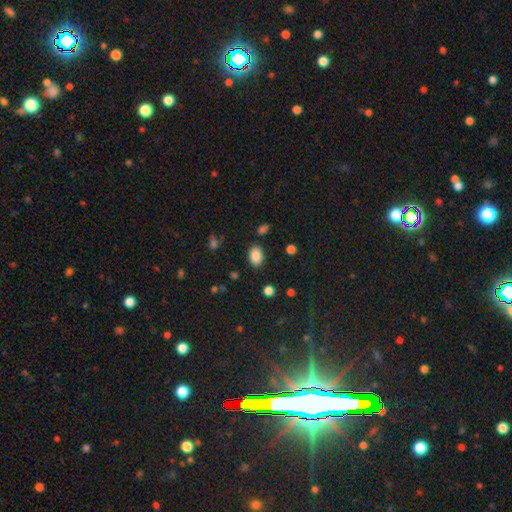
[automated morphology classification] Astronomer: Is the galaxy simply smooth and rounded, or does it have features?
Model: smooth — 86%.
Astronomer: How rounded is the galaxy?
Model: in between — 83%.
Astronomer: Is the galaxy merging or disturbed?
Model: none — 83%.